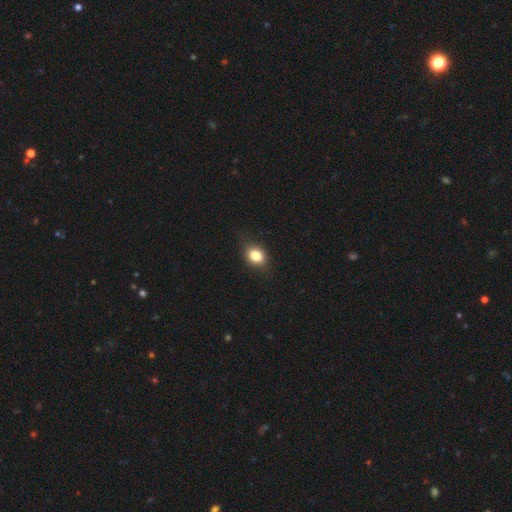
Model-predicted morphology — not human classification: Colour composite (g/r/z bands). It shows a smooth galaxy with no disk features (82%) that is in between round and cigar-shaped (59%). Merging: none (82%).